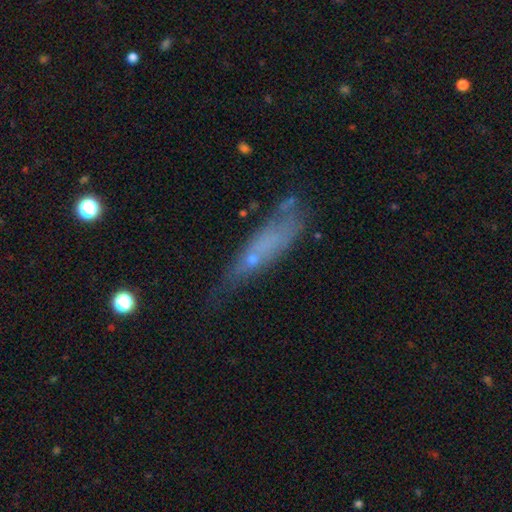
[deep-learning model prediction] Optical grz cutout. It shows a smooth galaxy with no disk features (49%). Merging: none (46%).